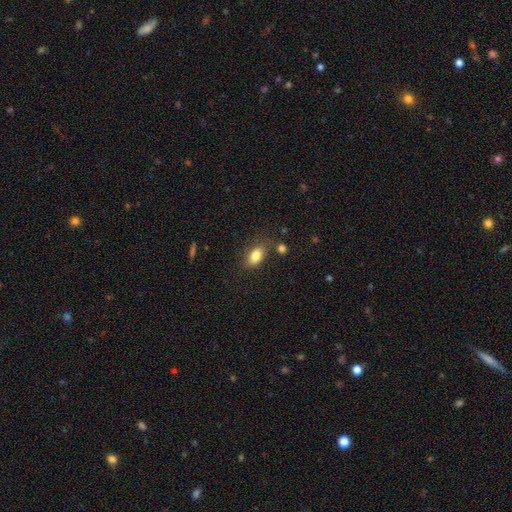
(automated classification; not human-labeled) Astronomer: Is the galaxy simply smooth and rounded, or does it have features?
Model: smooth — 83%.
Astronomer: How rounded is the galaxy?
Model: in between — 88%.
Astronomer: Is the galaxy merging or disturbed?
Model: none — 72%.